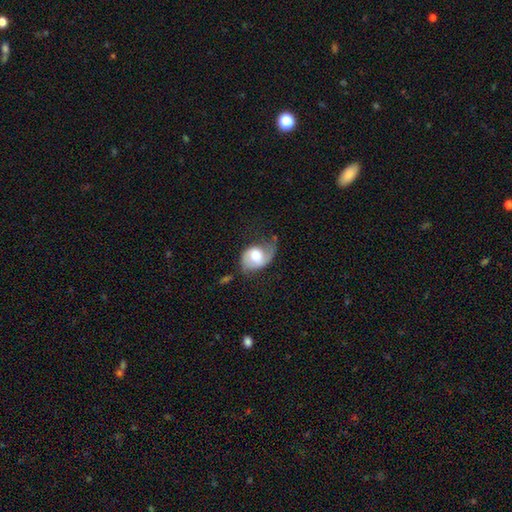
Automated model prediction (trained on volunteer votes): A featured or disk galaxy (58%) with no bar (53%), spiral arms (83%) and a moderate central bulge (58%). Merging: none (37%).